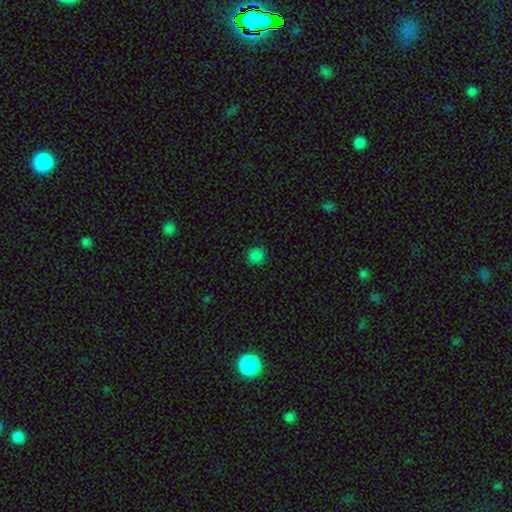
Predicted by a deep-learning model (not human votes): smooth 84%, star or artifact 14%, featured or disk 3%. Down the decision tree: how rounded — round (90%); merging — none (88%).